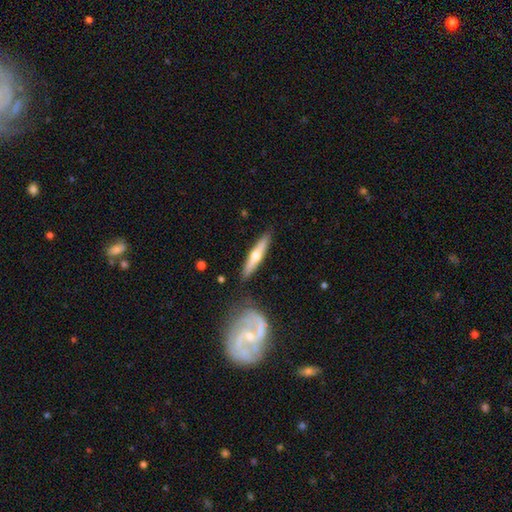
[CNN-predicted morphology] Smooth or featured? featured or disk (50%)
Edge-on disk? yes (90%)
Merging? none (86%)